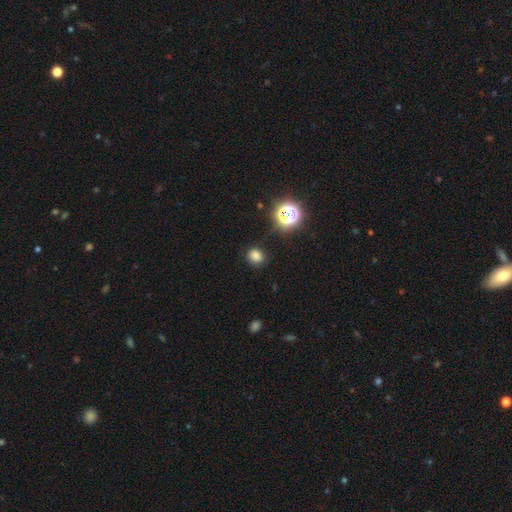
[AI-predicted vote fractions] Q: Smooth or featured?
A: smooth (76%); runner-up: star or artifact (19%)
Q: How rounded?
A: round (68%); runner-up: in between (31%)
Q: Merging?
A: none (82%); runner-up: minor disturbance (12%)